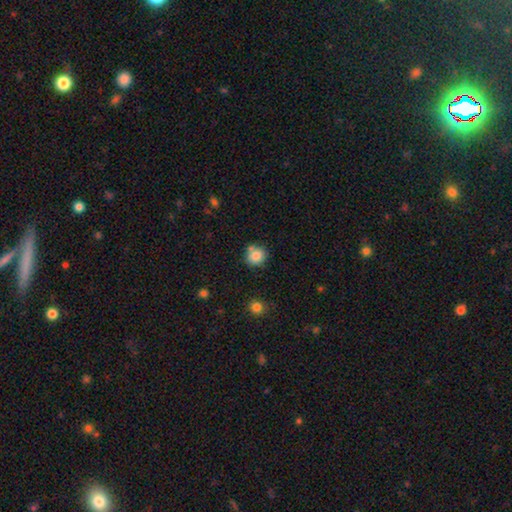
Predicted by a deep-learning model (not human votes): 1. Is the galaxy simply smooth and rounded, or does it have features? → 83% smooth, 10% star or artifact, 7% featured or disk.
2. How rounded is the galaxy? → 87% round, 12% in between, 1% cigar-shaped.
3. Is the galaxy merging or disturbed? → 72% none, 14% merger, 11% minor disturbance, 3% major disturbance.